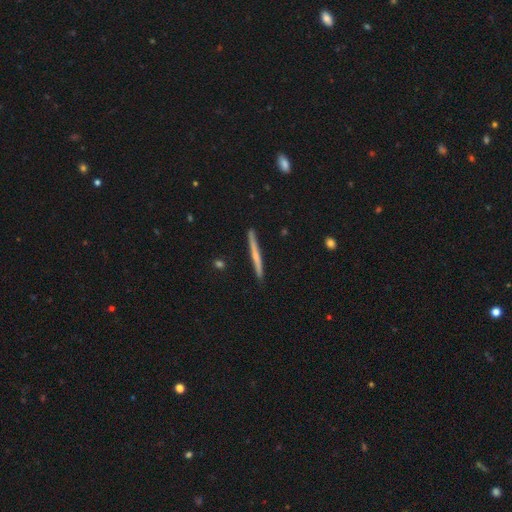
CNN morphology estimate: smooth-or-featured: featured or disk: 52% | smooth: 42% | star or artifact: 5%
  disk-edge-on: yes: 98% | no: 2%
    edge-on-bulge: none: 59% | rounded: 35% | boxy: 7%
  merging: none: 90% | minor disturbance: 7% | major disturbance: 1% | merger: 1%